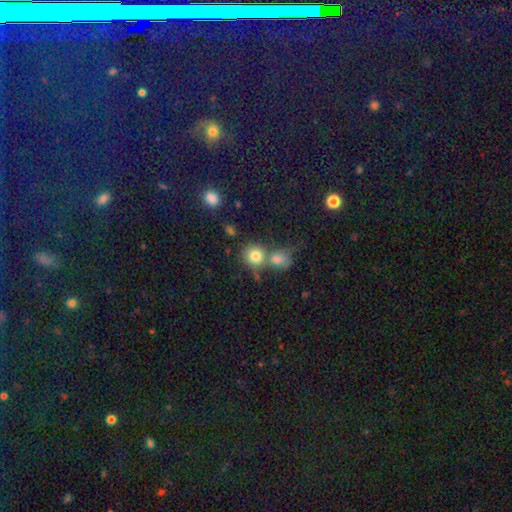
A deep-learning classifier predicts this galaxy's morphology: A smooth galaxy with no disk features (80%) that is round (83%).

Vote fractions:
- Smooth or featured? smooth: 80% / star or artifact: 11% / featured or disk: 10%
- How rounded? round: 83% / in between: 16% / cigar-shaped: 1%
- Merging? merger: 45% / none: 41% / minor disturbance: 9% / major disturbance: 5%